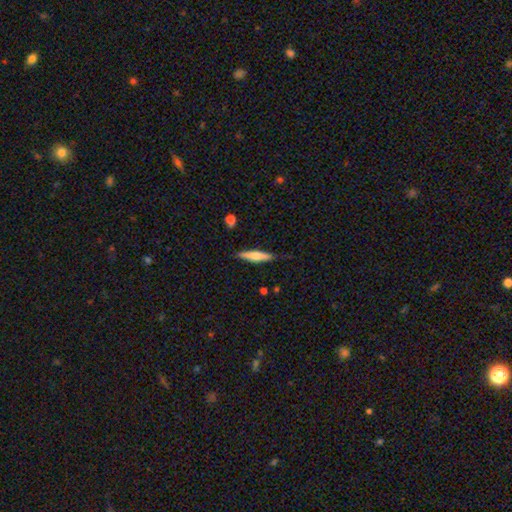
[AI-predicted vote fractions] Smooth or featured? Predicted: smooth (p=0.57). How rounded? Predicted: cigar-shaped (p=0.86). Merging? Predicted: none (p=0.83).